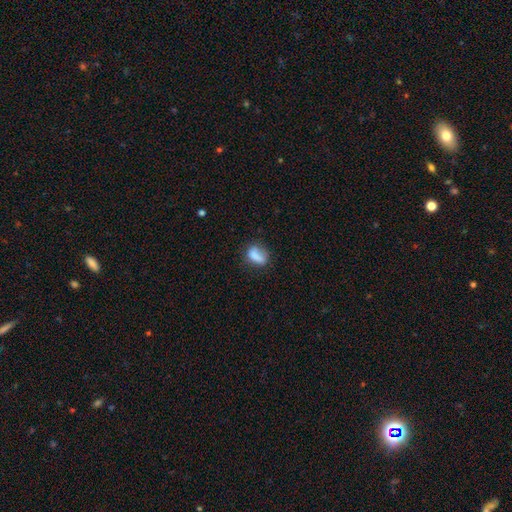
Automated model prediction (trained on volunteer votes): Smooth or featured?
  - smooth: 78% *
  - featured or disk: 13%
  - star or artifact: 9%
How rounded?
  - in between: 75% *
  - round: 17%
  - cigar-shaped: 8%
Merging?
  - none: 55% *
  - minor disturbance: 27%
  - major disturbance: 12%
  - merger: 6%